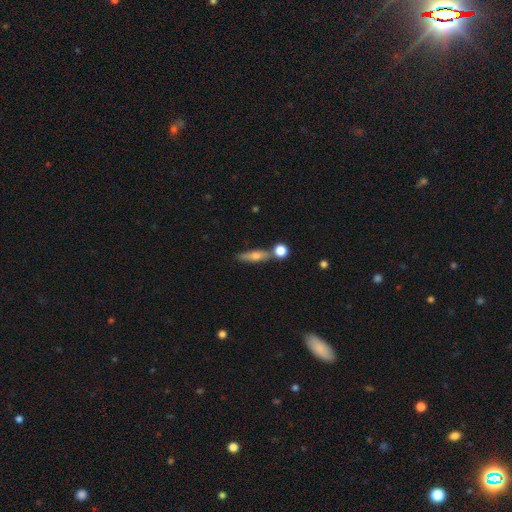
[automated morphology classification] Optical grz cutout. It shows a smooth galaxy with no disk features (54%) that is cigar-shaped (69%). Merging: none (70%).